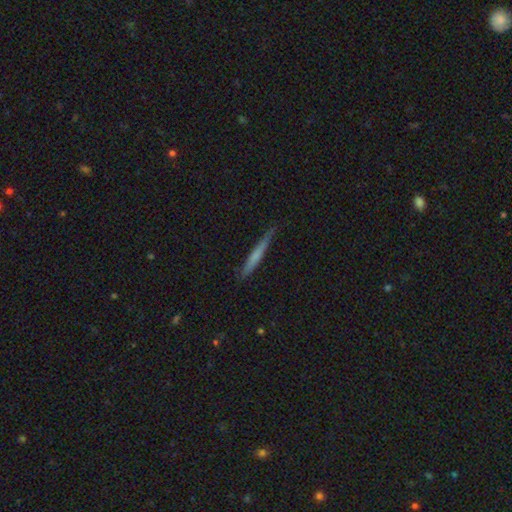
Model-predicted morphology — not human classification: This is possibly a smooth galaxy (53%). How rounded: clearly cigar-shaped (96%). Merging: clearly none (83%).